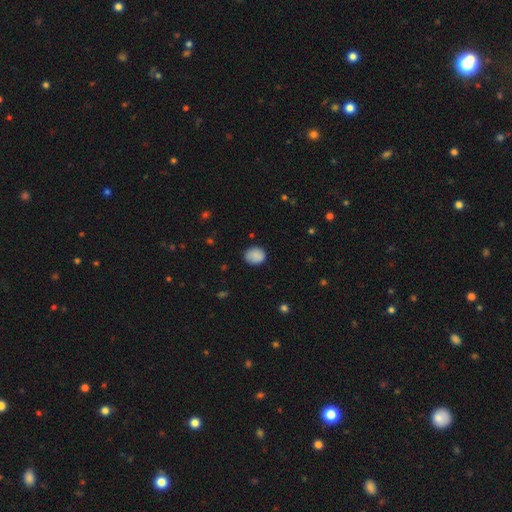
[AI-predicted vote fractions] smooth 87%, star or artifact 8%, featured or disk 5%. Down the decision tree: how rounded — round (69%); merging — none (80%).